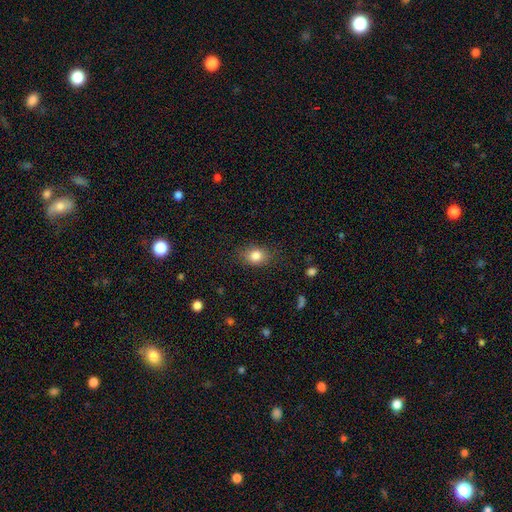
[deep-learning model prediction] Morphology: type=smooth (83%); roundness=in between (59%); merging=none (80%).